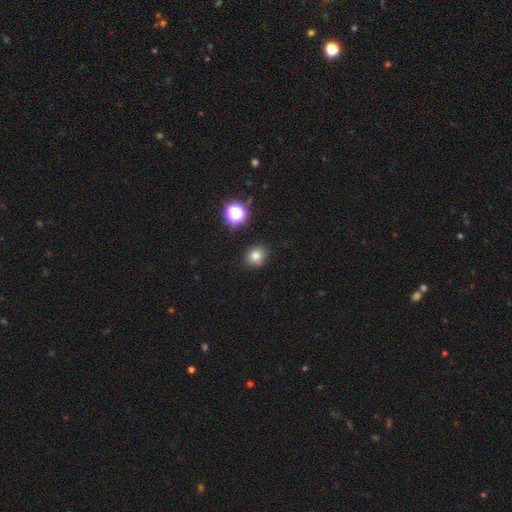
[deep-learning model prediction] Smooth or featured? smooth (78%)
How rounded? round (69%)
Merging? none (84%)